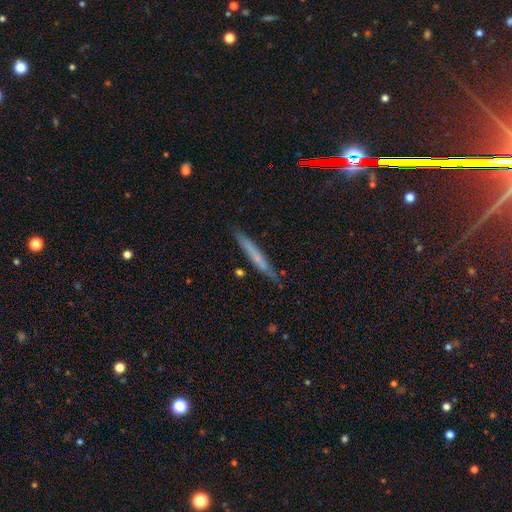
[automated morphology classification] A smooth galaxy with no disk features (52%) that is cigar-shaped (95%).

Vote fractions:
- Smooth or featured? smooth: 52% / featured or disk: 39% / star or artifact: 8%
- How rounded? cigar-shaped: 95% / in between: 3% / round: 2%
- Merging? none: 82% / minor disturbance: 14% / major disturbance: 2% / merger: 2%